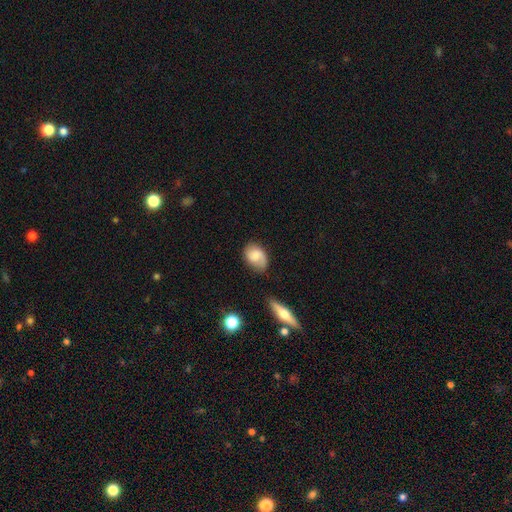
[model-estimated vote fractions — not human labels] smooth-or-featured: smooth: 56% | featured or disk: 36% | star or artifact: 8%
  how-rounded: in between: 73% | round: 25% | cigar-shaped: 2%
  merging: none: 66% | minor disturbance: 24% | major disturbance: 7% | merger: 3%